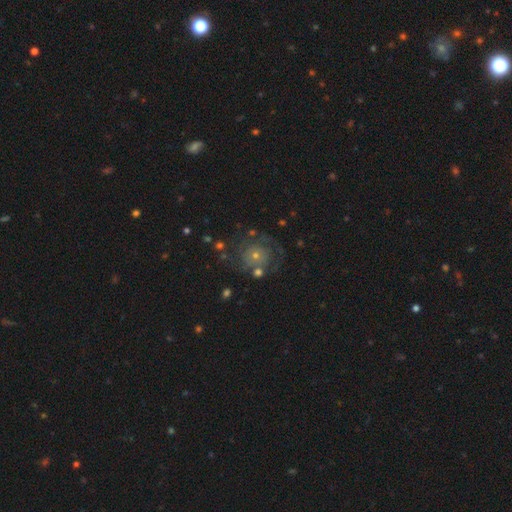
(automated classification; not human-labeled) featured or disk 58%, smooth 25%, star or artifact 17%. Down the decision tree: edge-on disk — no (97%); bar — no (86%); spiral arms — yes (72%); bulge size — small (60%); merging — none (69%).